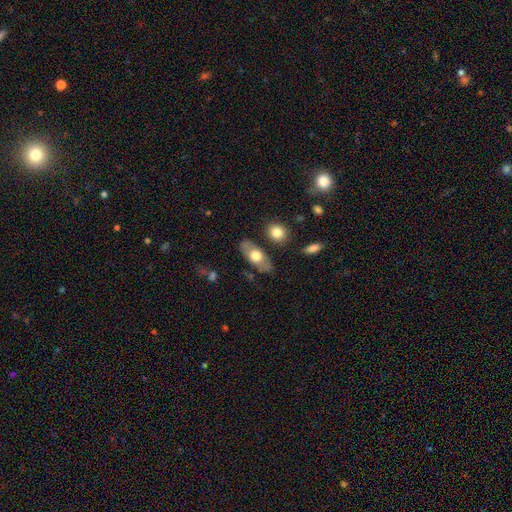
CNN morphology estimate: Smooth or featured? smooth (57%)
How rounded? in between (82%)
Merging? none (78%)